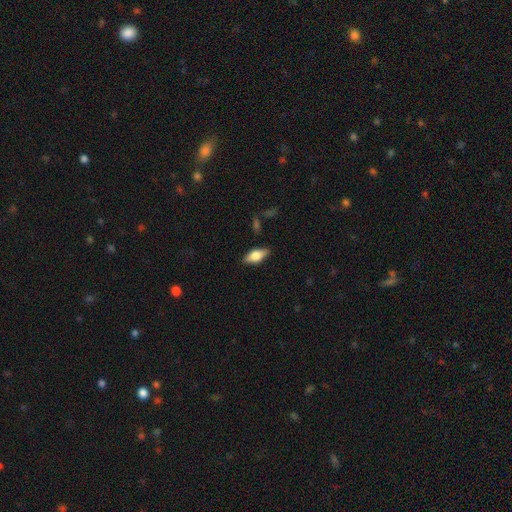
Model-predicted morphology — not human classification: Q: Smooth or featured?
A: smooth (59%); runner-up: featured or disk (34%)
Q: How rounded?
A: in between (81%); runner-up: cigar-shaped (15%)
Q: Merging?
A: none (84%); runner-up: minor disturbance (12%)